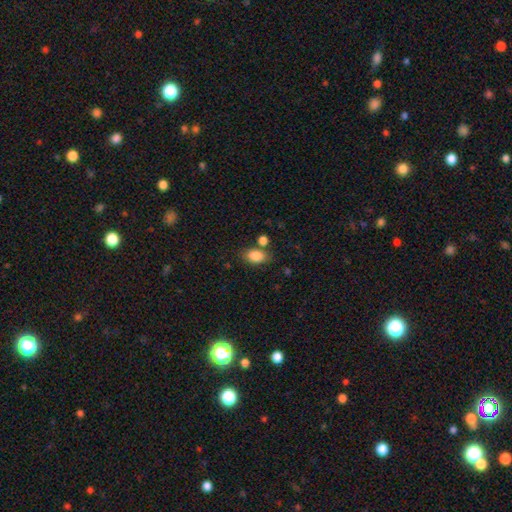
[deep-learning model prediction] Smooth or featured? smooth (86%)
How rounded? in between (85%)
Merging? none (68%)